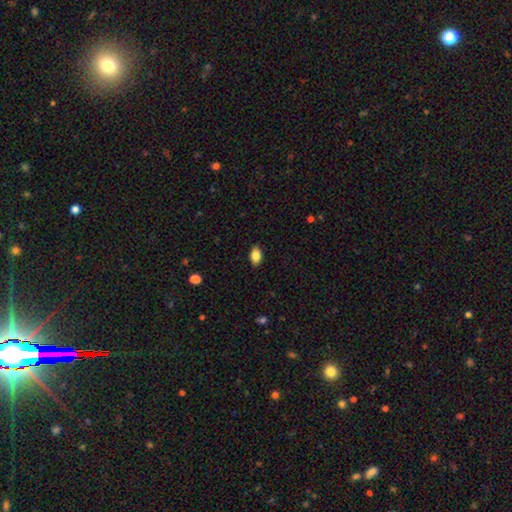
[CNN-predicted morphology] Smooth or featured: smooth — 84% (star or artifact — 8%)
How rounded: in between — 89% (round — 8%)
Merging: none — 88% (minor disturbance — 9%)